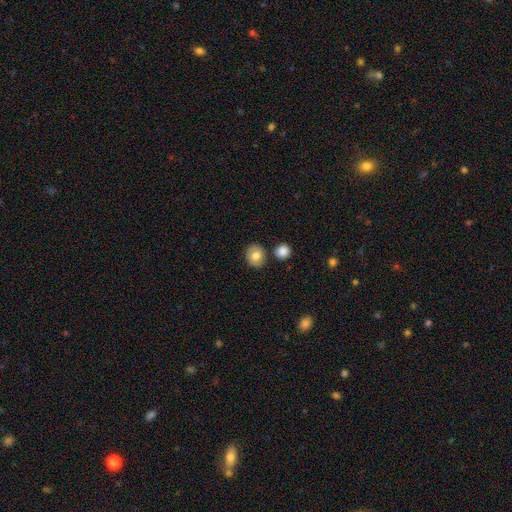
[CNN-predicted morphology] smooth 75%, featured or disk 17%, star or artifact 8%. Down the decision tree: how rounded — round (70%); merging — none (80%).